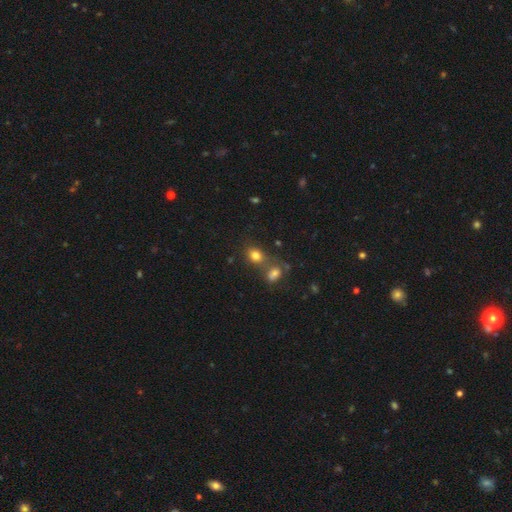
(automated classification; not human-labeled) Smooth or featured? Predicted: smooth (p=0.79). How rounded? Predicted: in between (p=0.50). Merging? Predicted: none (p=0.53).